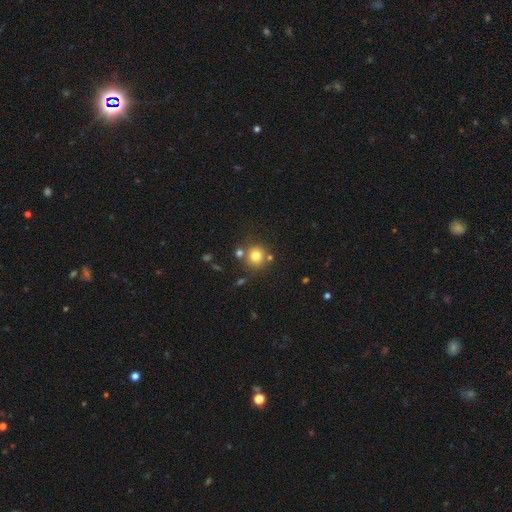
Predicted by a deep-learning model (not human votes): A smooth galaxy with no disk features (78%) that is round (90%). Merging: none (74%).